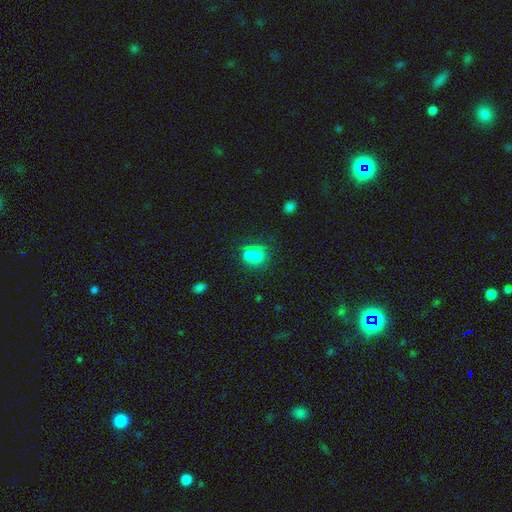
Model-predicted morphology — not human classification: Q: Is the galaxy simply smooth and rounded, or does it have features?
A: smooth — 67%.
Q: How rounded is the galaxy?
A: round — 73%.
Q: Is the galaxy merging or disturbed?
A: merger — 58%.